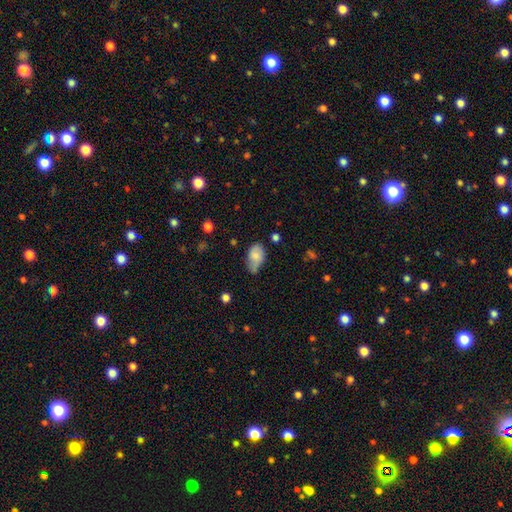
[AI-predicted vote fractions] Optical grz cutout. It shows a smooth galaxy with no disk features (77%) that is in between round and cigar-shaped (89%). Merging: none (45%).